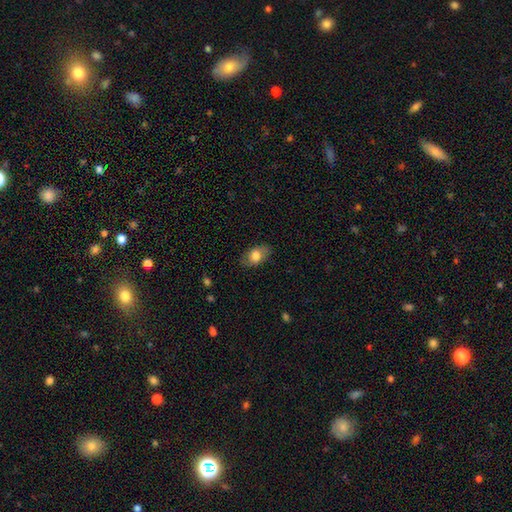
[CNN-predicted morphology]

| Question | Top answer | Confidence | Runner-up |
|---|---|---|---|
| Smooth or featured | smooth | 77% | featured or disk (16%) |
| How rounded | in between | 89% | round (9%) |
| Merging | none | 81% | minor disturbance (14%) |